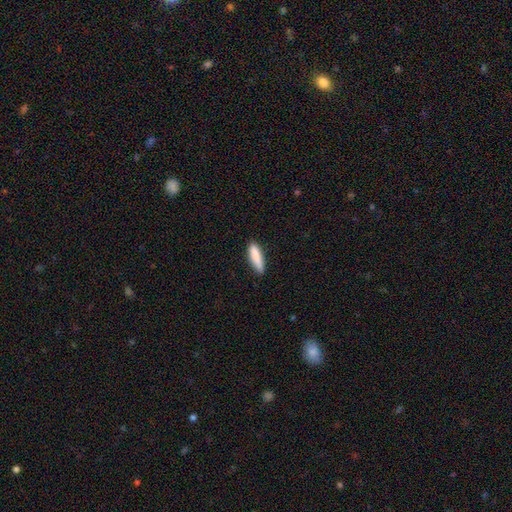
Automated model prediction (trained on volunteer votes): Smooth or featured? smooth (86%)
How rounded? cigar-shaped (68%)
Merging? none (80%)